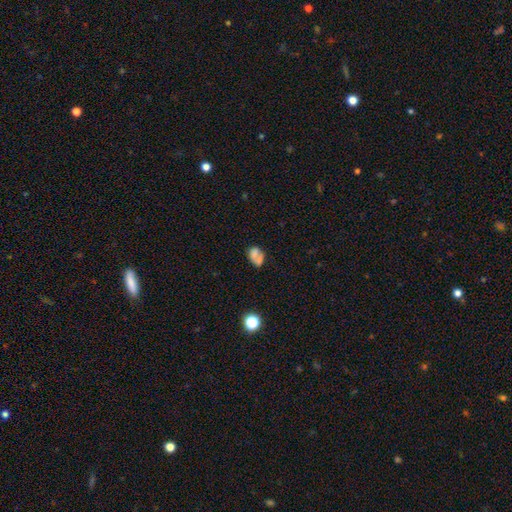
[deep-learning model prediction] This is likely a smooth galaxy (63%). How rounded: likely in between (71%). Merging: possibly none (49%).